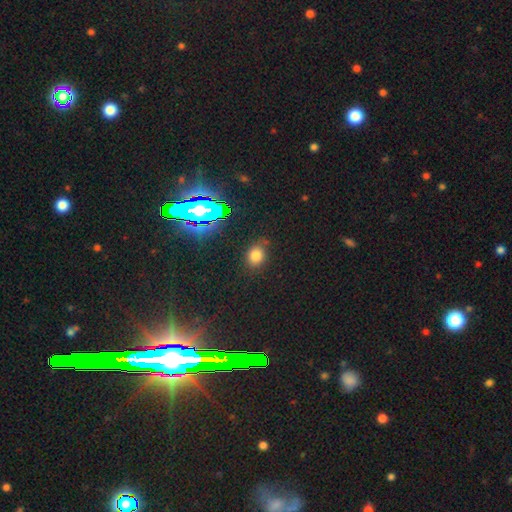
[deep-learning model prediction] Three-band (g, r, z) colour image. It shows a smooth galaxy with no disk features (73%) that is round (52%). Merging: none (78%).